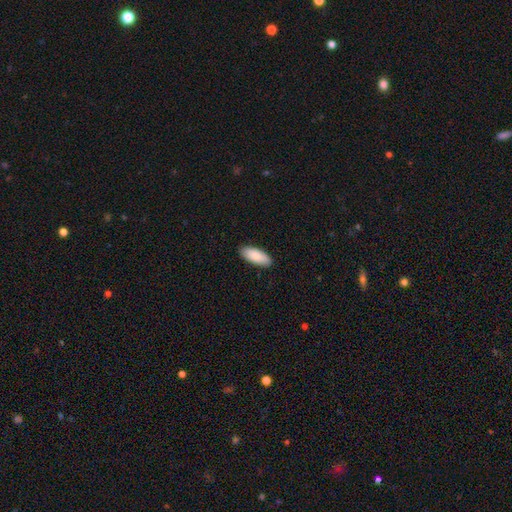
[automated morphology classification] Smooth or featured? Predicted: smooth (p=0.89). How rounded? Predicted: in between (p=0.83). Merging? Predicted: none (p=0.89).